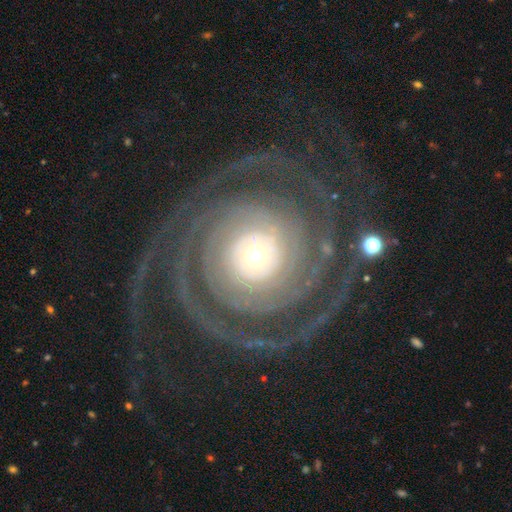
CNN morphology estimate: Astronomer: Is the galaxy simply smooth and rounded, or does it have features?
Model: featured or disk — 90%.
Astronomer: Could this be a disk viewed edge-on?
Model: no — 98%.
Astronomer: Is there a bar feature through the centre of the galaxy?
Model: no — 82%.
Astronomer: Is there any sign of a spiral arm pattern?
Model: yes — 97%.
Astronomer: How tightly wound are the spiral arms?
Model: tight — 82%.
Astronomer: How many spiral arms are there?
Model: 2 — 33% (runner-up: can't tell, 20%).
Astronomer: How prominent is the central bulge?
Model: small — 51% (runner-up: moderate, 38%).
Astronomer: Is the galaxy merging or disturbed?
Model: none — 77%.